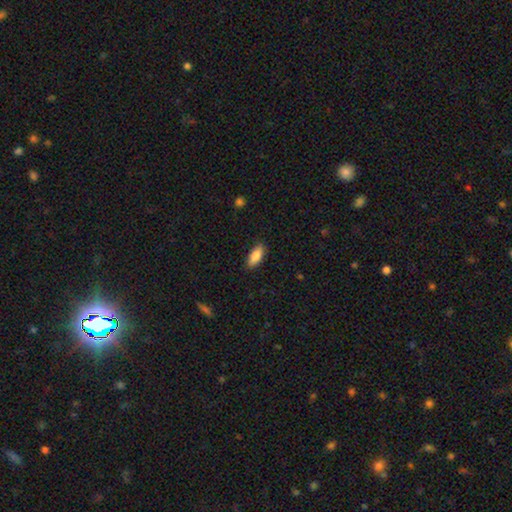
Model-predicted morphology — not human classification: Smooth or featured: smooth — 84% (featured or disk — 9%)
How rounded: in between — 79% (cigar-shaped — 19%)
Merging: none — 86% (minor disturbance — 11%)